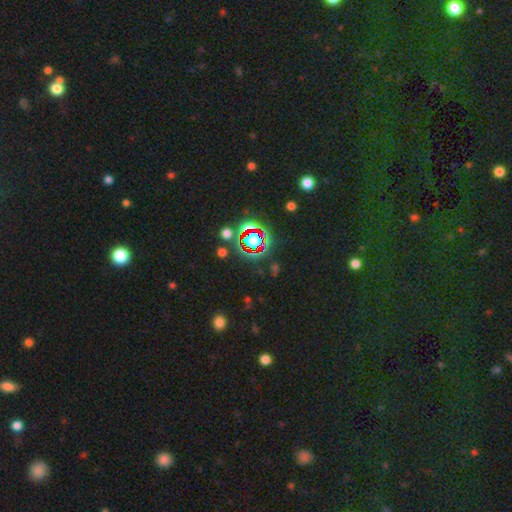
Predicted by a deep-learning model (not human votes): A star or artifact, not a galaxy (78%).